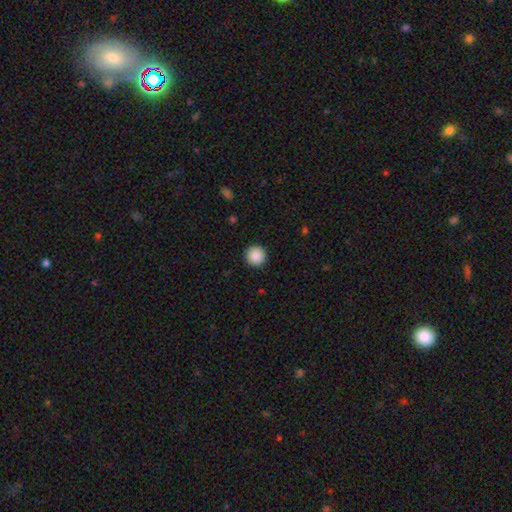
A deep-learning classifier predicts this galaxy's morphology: This is clearly a smooth galaxy (89%). How rounded: clearly round (96%). Merging: clearly none (93%).